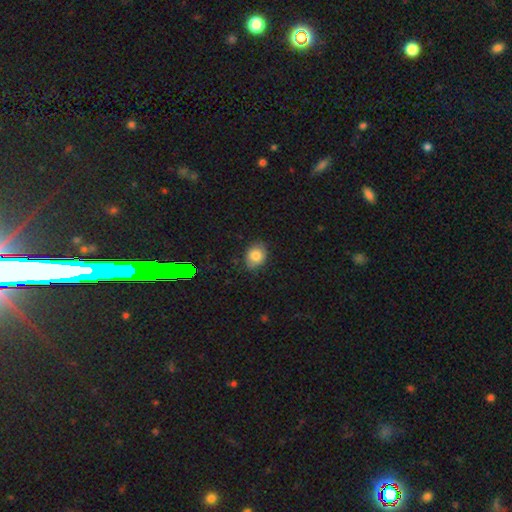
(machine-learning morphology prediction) smooth_or_featured: smooth (p=0.77) [alt: featured or disk p=0.13]
how_rounded: in between (p=0.53) [alt: round p=0.46]
merging: none (p=0.79) [alt: minor disturbance p=0.17]